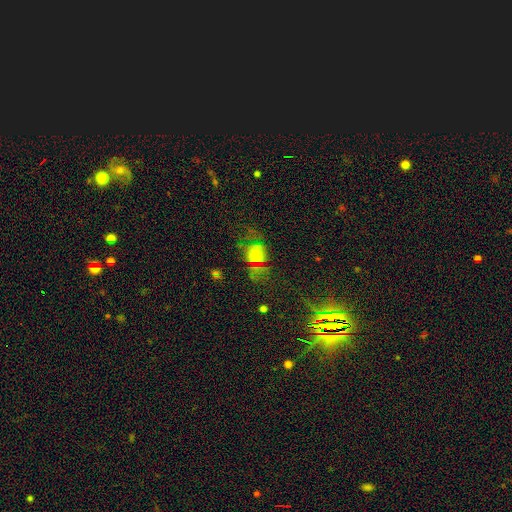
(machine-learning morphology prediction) The model was most divided on "smooth or featured": smooth: 47%, star or artifact: 28%, featured or disk: 25%. More confident: merging — none (53%).